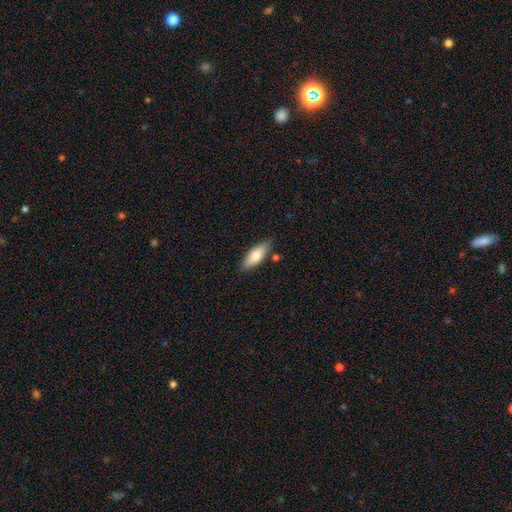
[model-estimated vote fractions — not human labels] Q: Smooth or featured?
A: smooth (79%); runner-up: featured or disk (15%)
Q: How rounded?
A: in between (73%); runner-up: cigar-shaped (25%)
Q: Merging?
A: none (80%); runner-up: minor disturbance (14%)